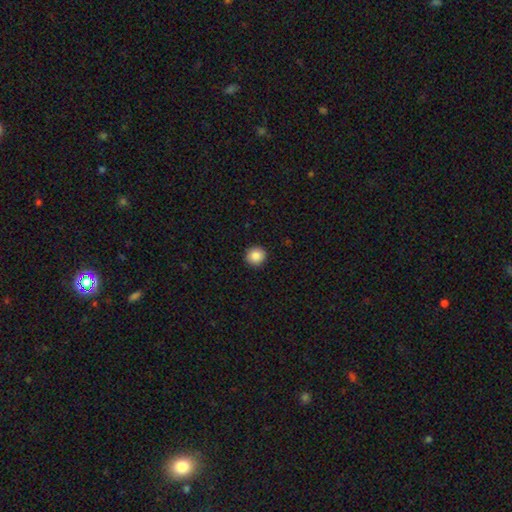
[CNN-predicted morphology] This is clearly a smooth galaxy (87%). How rounded: clearly round (93%). Merging: clearly none (93%).